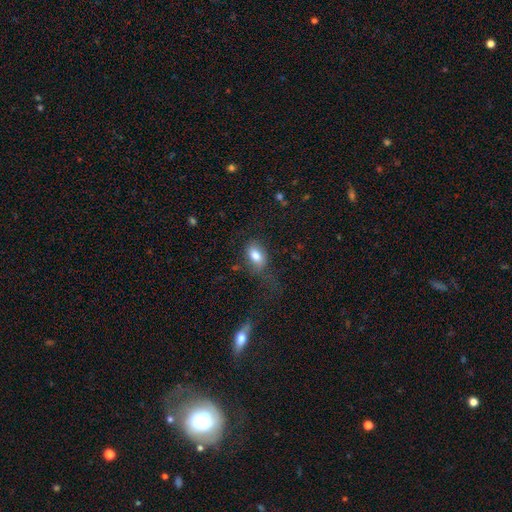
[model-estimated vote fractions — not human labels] Q: Smooth or featured?
A: smooth (81%); runner-up: featured or disk (11%)
Q: How rounded?
A: in between (87%); runner-up: round (11%)
Q: Merging?
A: none (57%); runner-up: minor disturbance (23%)